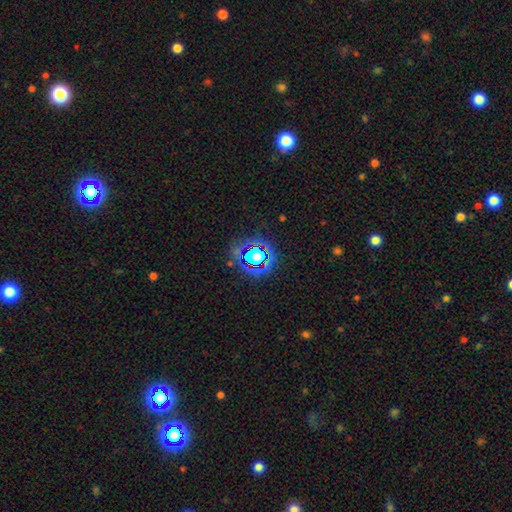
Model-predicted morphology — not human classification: A star or artifact, not a galaxy (53%).

Vote fractions:
- Smooth or featured? star or artifact: 53% / smooth: 33% / featured or disk: 14%